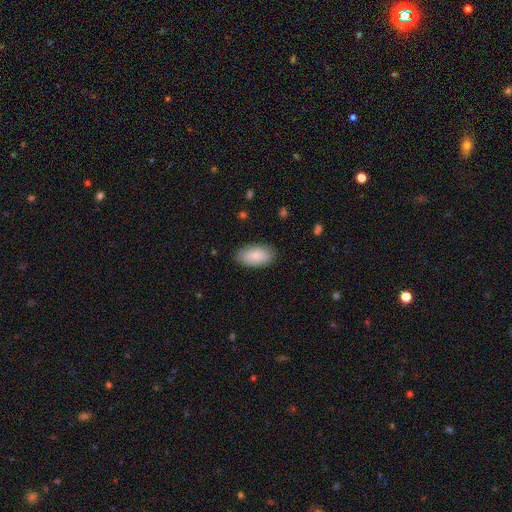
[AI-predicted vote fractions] The model was most divided on "smooth or featured": smooth: 78%, featured or disk: 16%, star or artifact: 6%. More confident: how rounded — in between (94%); merging — none (83%).